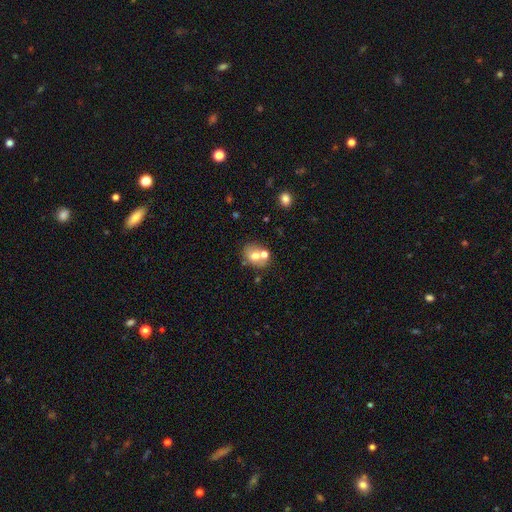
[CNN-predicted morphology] Smooth or featured? smooth (65%)
How rounded? round (56%)
Merging? none (50%)